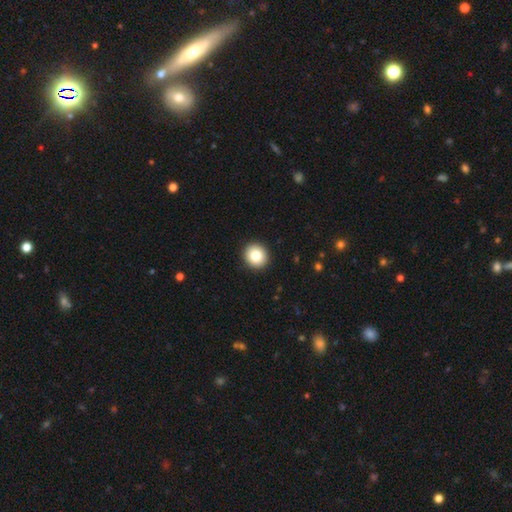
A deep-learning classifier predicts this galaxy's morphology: Smooth or featured: smooth — 84% (star or artifact — 9%)
How rounded: round — 91% (in between — 8%)
Merging: none — 93% (minor disturbance — 5%)